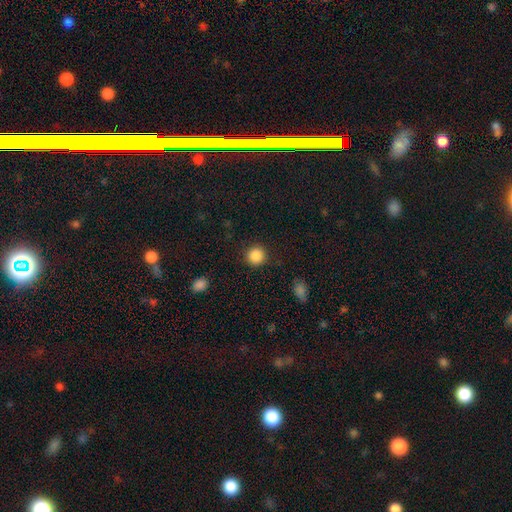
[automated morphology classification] A smooth galaxy with no disk features (88%) that is round (94%).

Vote fractions:
- Smooth or featured? smooth: 88% / star or artifact: 10% / featured or disk: 3%
- How rounded? round: 94% / in between: 5% / cigar-shaped: 1%
- Merging? none: 91% / minor disturbance: 5% / major disturbance: 3% / merger: 1%